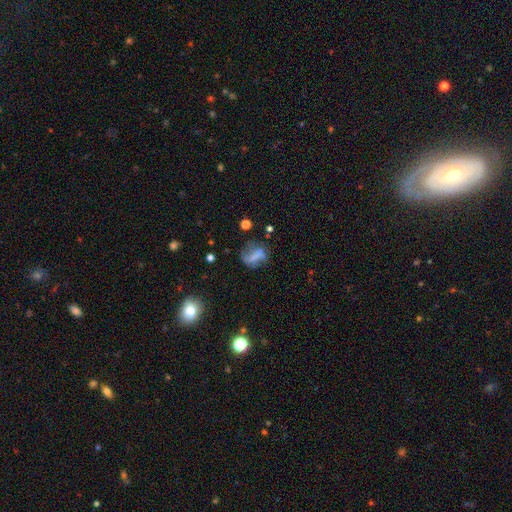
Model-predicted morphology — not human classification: This is possibly a smooth galaxy (52%). How rounded: possibly in between (60%). Merging: marginally none (42%).